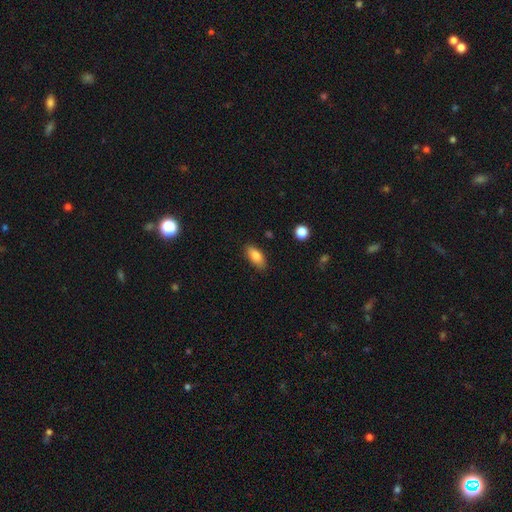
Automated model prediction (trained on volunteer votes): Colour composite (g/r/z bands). It shows a smooth galaxy with no disk features (82%) that is in between round and cigar-shaped (86%). Merging: none (85%).